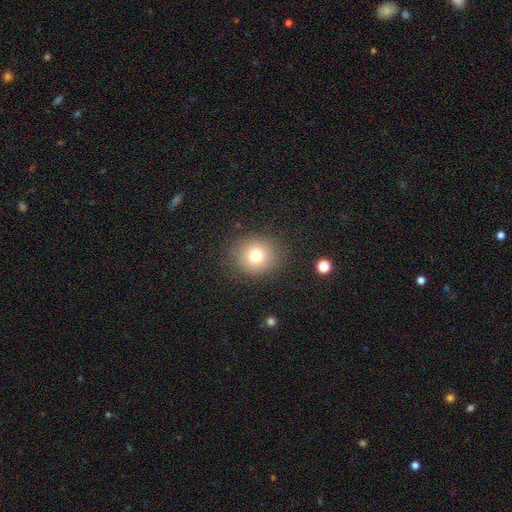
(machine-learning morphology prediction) Smooth or featured?
  - smooth: 76% *
  - star or artifact: 13%
  - featured or disk: 10%
How rounded?
  - round: 81% *
  - in between: 18%
  - cigar-shaped: 1%
Merging?
  - none: 86% *
  - minor disturbance: 8%
  - major disturbance: 4%
  - merger: 1%